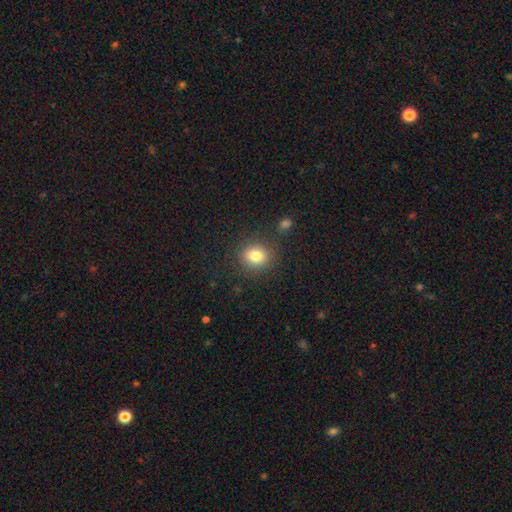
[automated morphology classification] Overall: smooth (81%). How rounded: round (73%). Merging: none (85%).